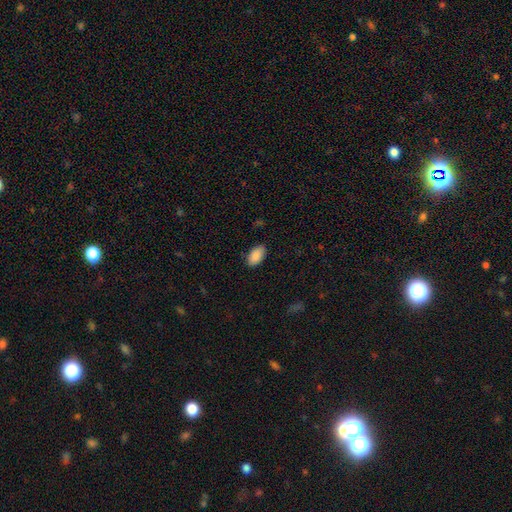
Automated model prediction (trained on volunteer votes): A smooth galaxy with no disk features (89%) that is in between round and cigar-shaped (95%). Merging: none (86%).